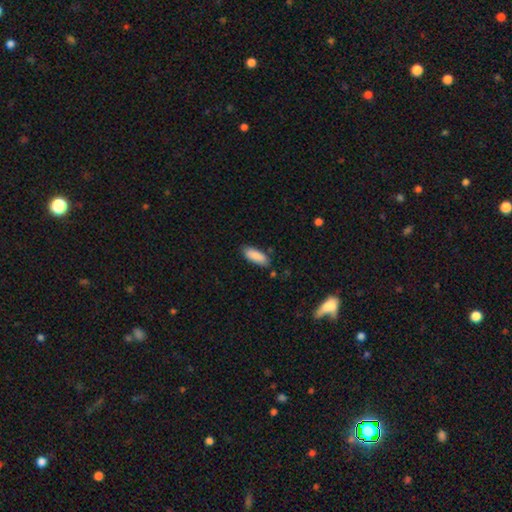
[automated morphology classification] Smooth or featured? smooth (88%)
How rounded? in between (74%)
Merging? none (79%)